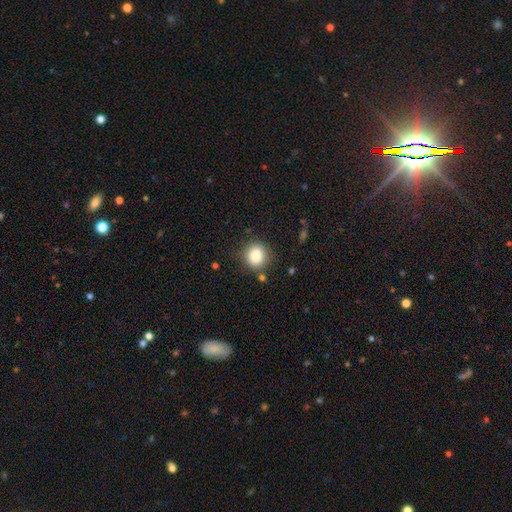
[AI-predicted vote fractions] A smooth galaxy with no disk features (85%) that is round (88%).

Vote fractions:
- Smooth or featured? smooth: 85% / star or artifact: 10% / featured or disk: 5%
- How rounded? round: 88% / in between: 11% / cigar-shaped: 1%
- Merging? none: 82% / minor disturbance: 11% / major disturbance: 3% / merger: 3%